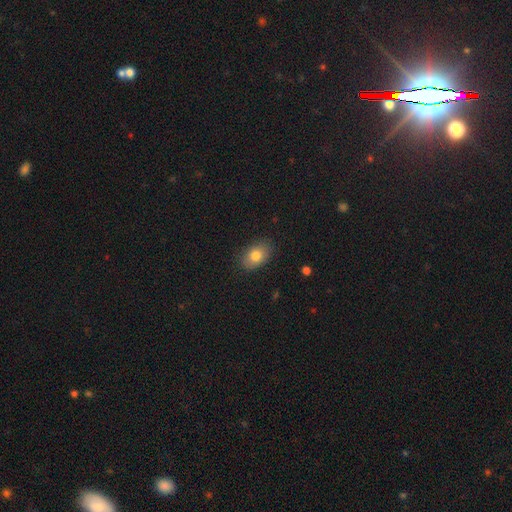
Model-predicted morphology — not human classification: A smooth galaxy with no disk features (81%) that is in between round and cigar-shaped (85%). Merging: none (84%).